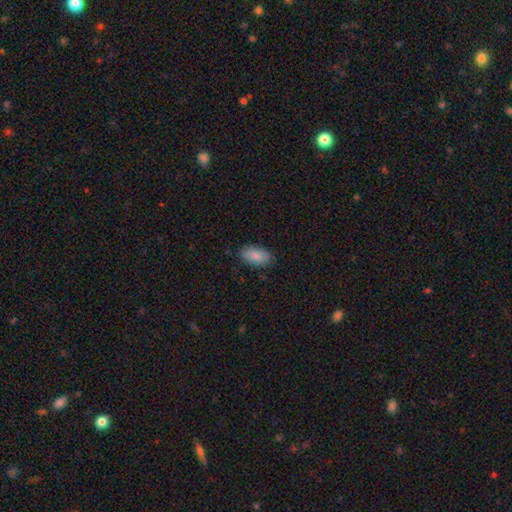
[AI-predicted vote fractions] smooth-or-featured: smooth: 85% | featured or disk: 8% | star or artifact: 6%
  how-rounded: in between: 93% | cigar-shaped: 4% | round: 3%
  merging: none: 82% | minor disturbance: 14% | major disturbance: 3% | merger: 1%